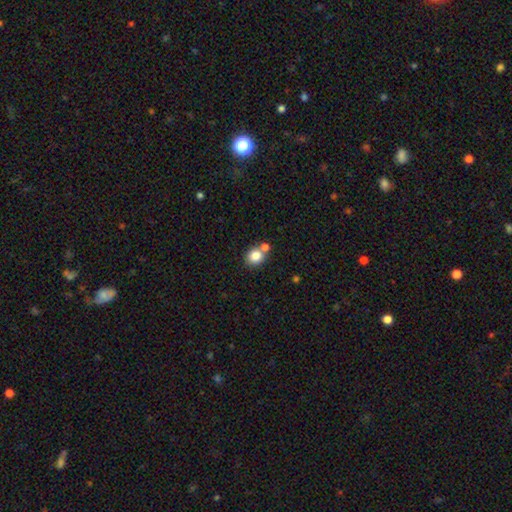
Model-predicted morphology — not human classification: Smooth or featured: smooth — 83% (star or artifact — 10%)
How rounded: round — 71% (in between — 28%)
Merging: none — 59% (merger — 29%)